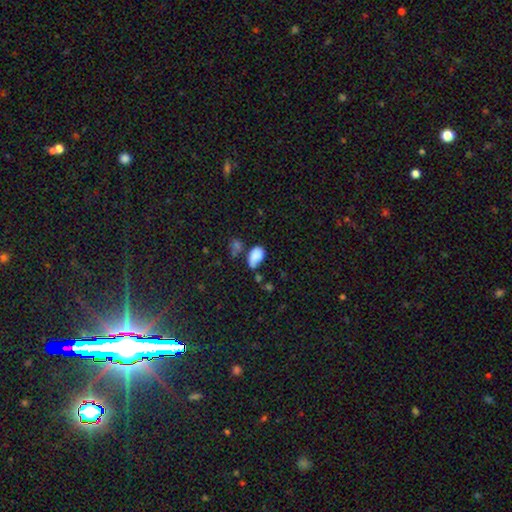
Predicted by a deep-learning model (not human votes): A smooth galaxy with no disk features (79%) that is in between round and cigar-shaped (88%). Merging: none (34%).